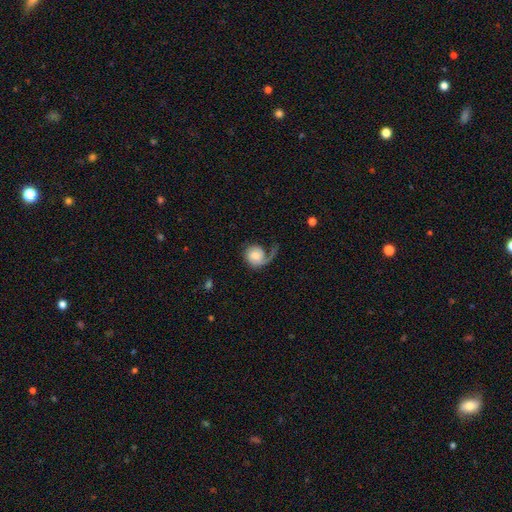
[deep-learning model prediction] Smooth or featured: featured or disk — 61% (smooth — 32%)
Edge-on disk: no — 98% (yes — 2%)
Bar: no — 73% (weak — 23%)
Spiral arms: yes — 88% (no — 12%)
Spiral winding: loose — 46% (medium — 32%)
Spiral arm count: 1 — 80% (2 — 12%)
Bulge size: moderate — 54% (small — 32%)
Merging: none — 42% (major disturbance — 37%)